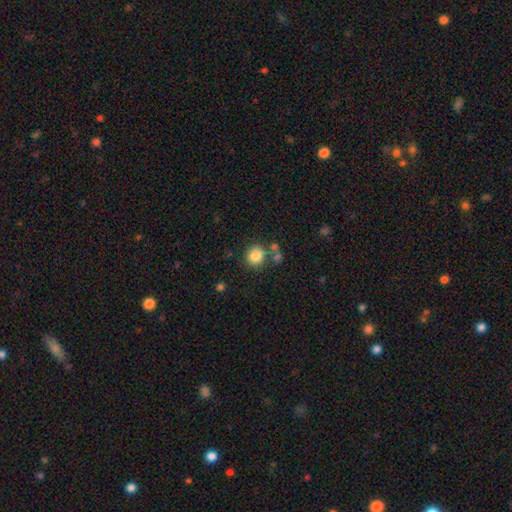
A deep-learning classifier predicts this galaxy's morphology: smooth 84%, star or artifact 11%, featured or disk 6%. Down the decision tree: how rounded — round (83%); merging — none (75%).